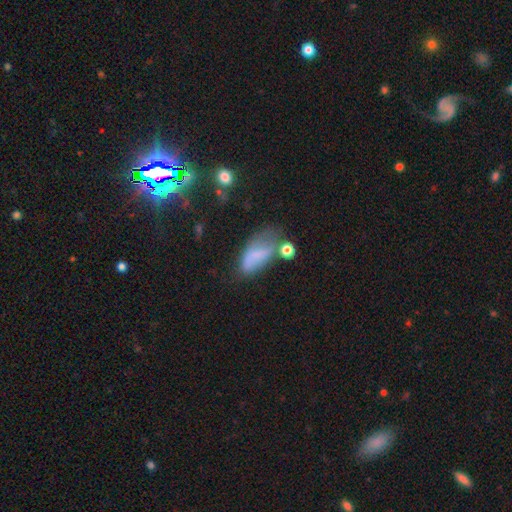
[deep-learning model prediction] Smooth or featured: smooth — 63% (featured or disk — 25%)
How rounded: in between — 87% (cigar-shaped — 9%)
Merging: none — 34% (minor disturbance — 31%)